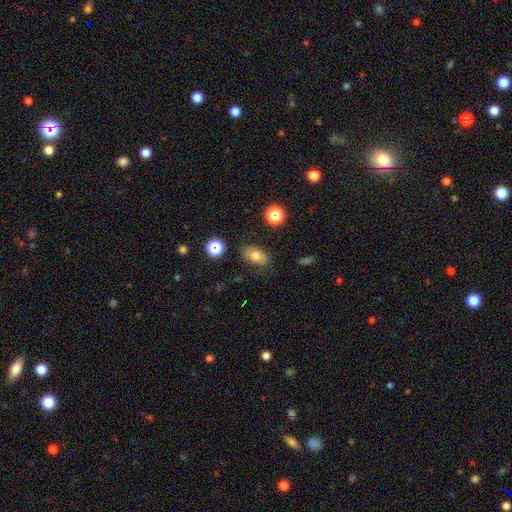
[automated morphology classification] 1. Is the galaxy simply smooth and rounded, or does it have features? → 69% smooth, 20% featured or disk, 12% star or artifact.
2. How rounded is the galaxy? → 84% in between, 14% round, 2% cigar-shaped.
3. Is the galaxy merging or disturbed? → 79% none, 15% minor disturbance, 4% major disturbance, 2% merger.